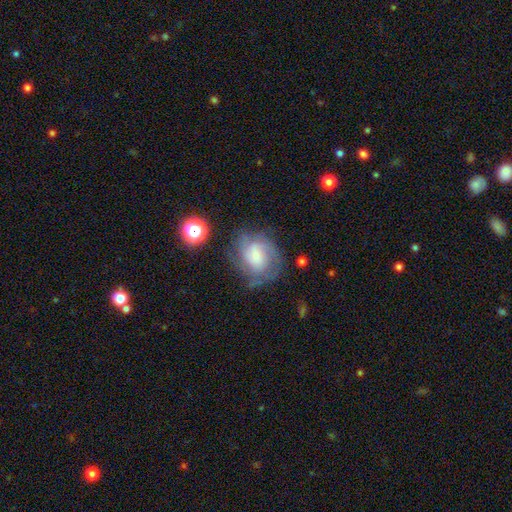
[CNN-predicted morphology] Q: Smooth or featured?
A: featured or disk (65%); runner-up: smooth (26%)
Q: Edge-on disk?
A: no (97%); runner-up: yes (3%)
Q: Bar?
A: no (46%); runner-up: weak (45%)
Q: Spiral arms?
A: yes (89%); runner-up: no (11%)
Q: Spiral winding?
A: tight (45%); runner-up: medium (41%)
Q: Spiral arm count?
A: can't tell (36%); runner-up: 2 (31%)
Q: Bulge size?
A: small (50%); runner-up: moderate (28%)
Q: Merging?
A: none (62%); runner-up: minor disturbance (22%)